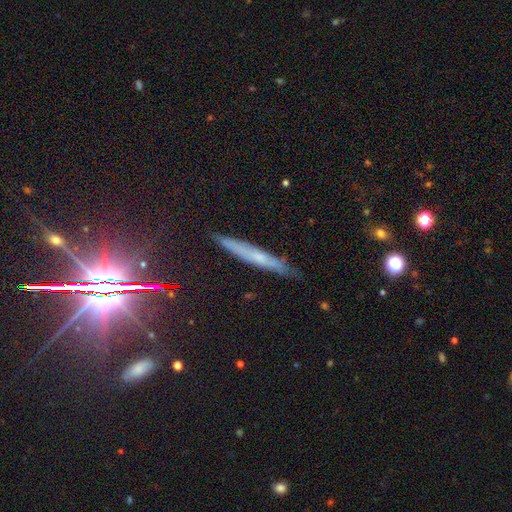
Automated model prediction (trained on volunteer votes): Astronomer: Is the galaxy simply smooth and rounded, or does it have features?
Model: featured or disk — 45% (runner-up: smooth, 39%).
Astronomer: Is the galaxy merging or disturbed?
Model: none — 84%.